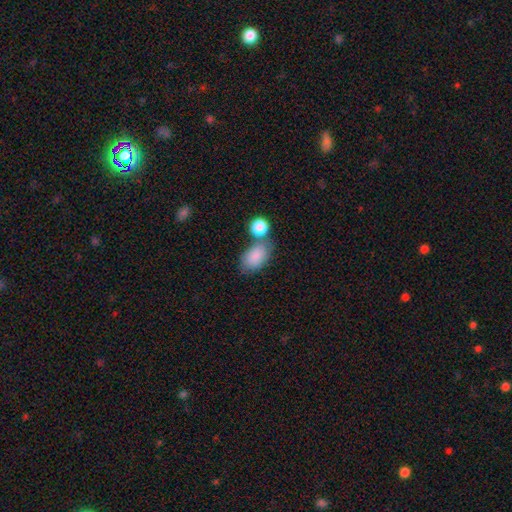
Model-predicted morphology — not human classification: smooth 86%, featured or disk 7%, star or artifact 7%. Down the decision tree: how rounded — in between (89%); merging — none (47%).